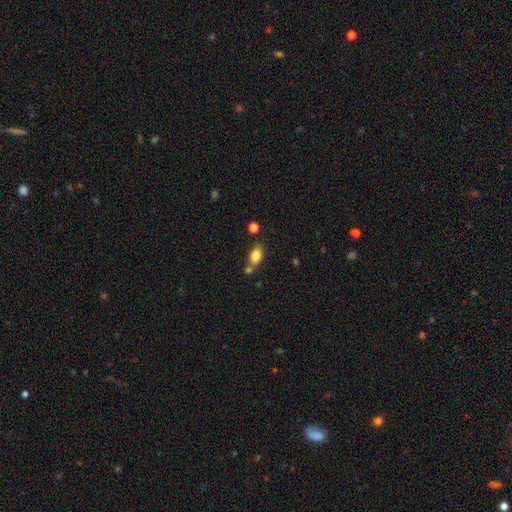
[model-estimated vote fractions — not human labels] Overall: smooth (81%). How rounded: in between (86%). Merging: none (64%).